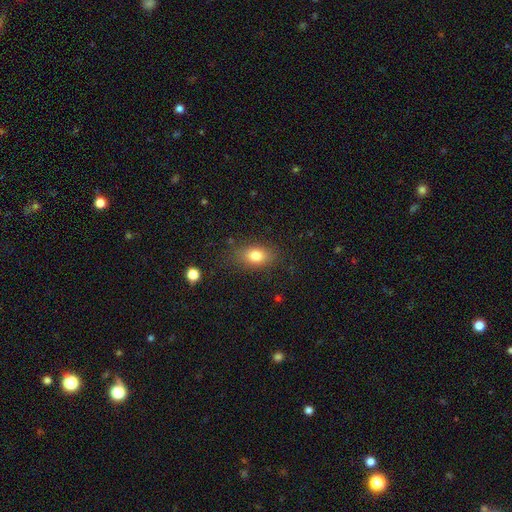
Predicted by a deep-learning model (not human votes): Morphology: type=smooth (81%); roundness=in between (81%); merging=none (79%).